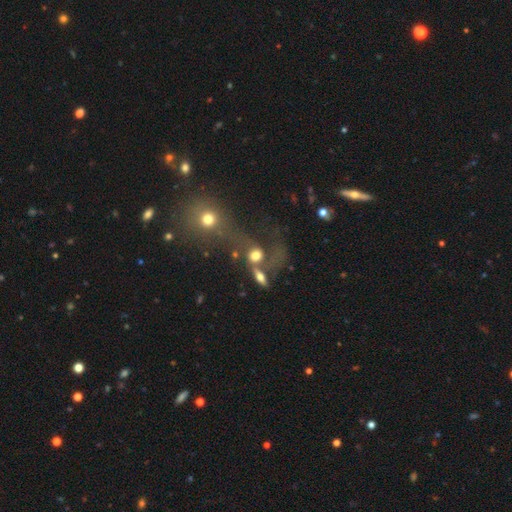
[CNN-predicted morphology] smooth_or_featured: smooth (p=0.54) [alt: featured or disk p=0.32]
how_rounded: round (p=0.54) [alt: in between p=0.39]
merging: merger (p=0.48) [alt: none p=0.23]